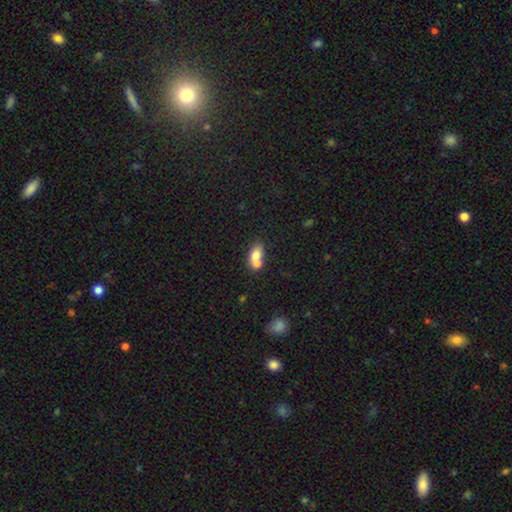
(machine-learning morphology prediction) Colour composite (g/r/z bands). It shows a smooth galaxy with no disk features (73%) that is in between round and cigar-shaped (76%). Merging: merger (61%).